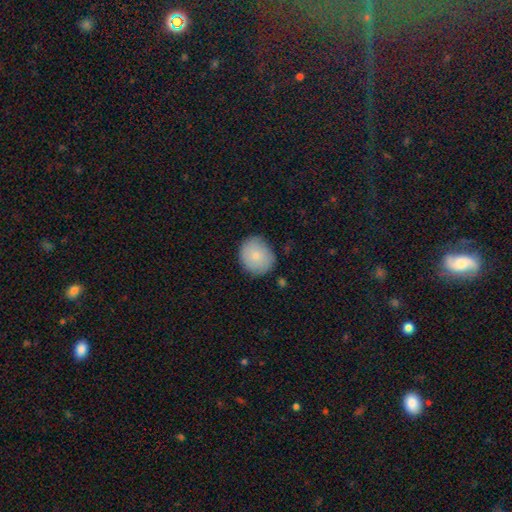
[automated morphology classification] Smooth or featured: smooth — 82% (featured or disk — 11%)
How rounded: round — 76% (in between — 23%)
Merging: none — 78% (minor disturbance — 17%)